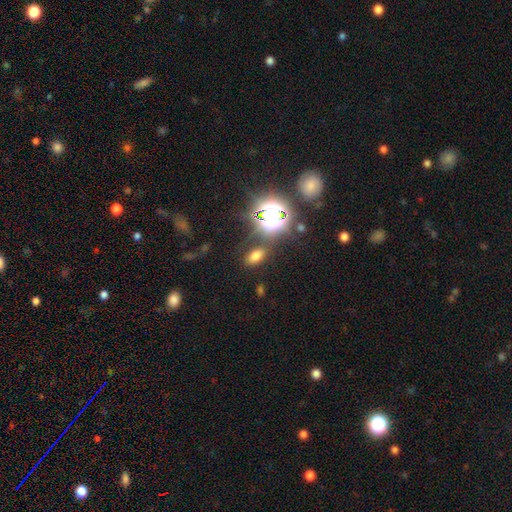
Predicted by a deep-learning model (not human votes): A smooth galaxy with no disk features (63%) that is in between round and cigar-shaped (83%).

Vote fractions:
- Smooth or featured? smooth: 63% / star or artifact: 28% / featured or disk: 9%
- How rounded? in between: 83% / round: 13% / cigar-shaped: 5%
- Merging? none: 79% / minor disturbance: 11% / merger: 6% / major disturbance: 5%